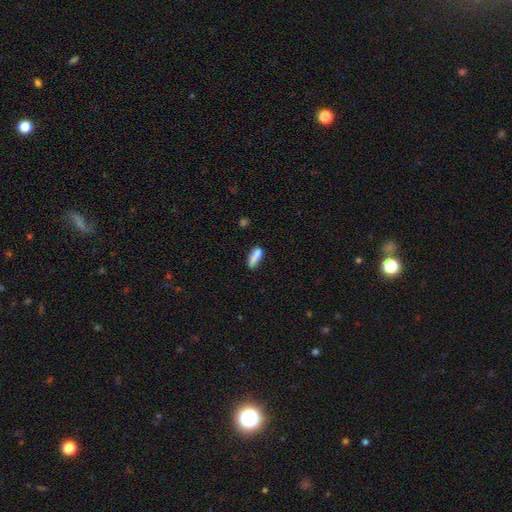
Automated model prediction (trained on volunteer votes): Overall: smooth (75%). How rounded: in between (48%, tied with cigar-shaped). Merging: none (47%; merger 24%).